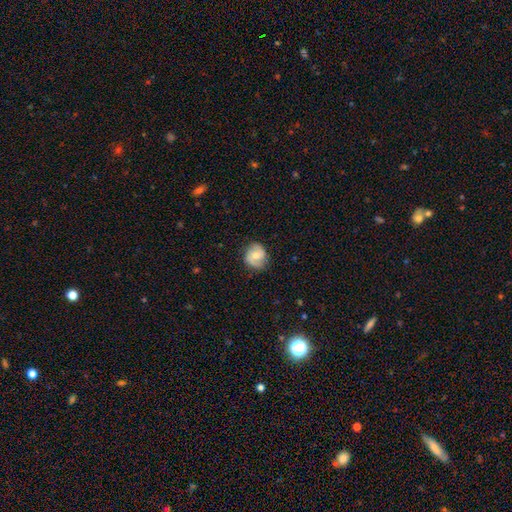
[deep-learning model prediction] A featured or disk galaxy (57%) with a weak bar (47%), spiral arms (88%) and a moderate central bulge (61%).

Vote fractions:
- Smooth or featured? featured or disk: 57% / smooth: 36% / star or artifact: 7%
- Edge-on disk? no: 98% / yes: 2%
- Bar? weak: 47% / no: 39% / strong: 13%
- Spiral arms? yes: 88% / no: 12%
- Bulge size? moderate: 61% / small: 30% / large: 5% / none: 3% / dominant: 1%
- Merging? none: 80% / minor disturbance: 15% / major disturbance: 4% / merger: 1%